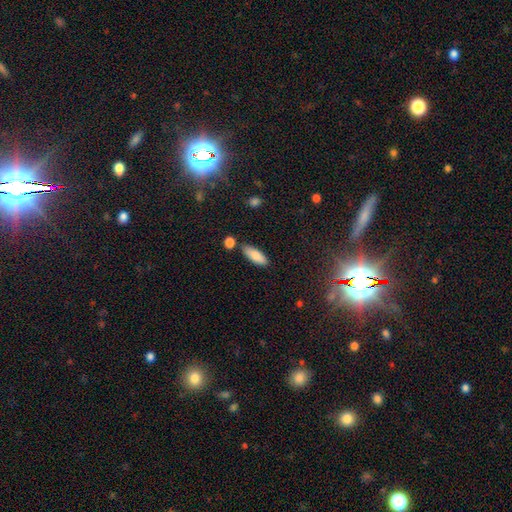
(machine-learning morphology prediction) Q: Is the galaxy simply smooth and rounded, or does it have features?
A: smooth — 84%.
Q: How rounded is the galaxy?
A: in between — 68%.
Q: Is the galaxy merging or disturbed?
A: none — 77%.